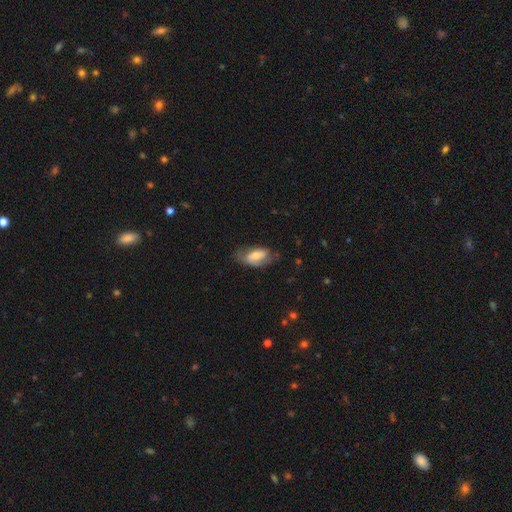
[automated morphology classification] This appears to be a featured or disk galaxy (48%). Merging: none (56%).